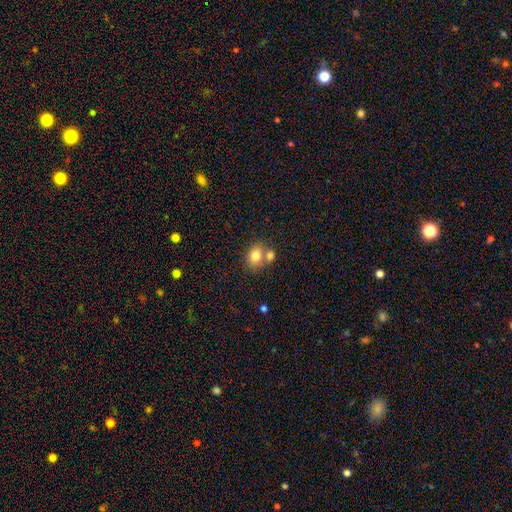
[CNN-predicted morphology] Smooth or featured?
  - smooth: 79% *
  - featured or disk: 12%
  - star or artifact: 10%
How rounded?
  - round: 50% * (tied)
  - in between: 50% * (tied)
  - cigar-shaped: 1%
Merging?
  - none: 50% *
  - merger: 36%
  - minor disturbance: 11%
  - major disturbance: 3%